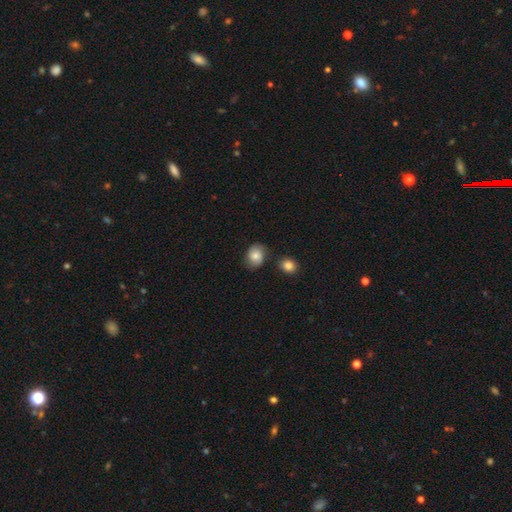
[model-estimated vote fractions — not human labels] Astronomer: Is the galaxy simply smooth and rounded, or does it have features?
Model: smooth — 71%.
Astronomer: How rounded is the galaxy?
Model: in between — 50% (runner-up: round, 49%).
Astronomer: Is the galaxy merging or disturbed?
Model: none — 73%.